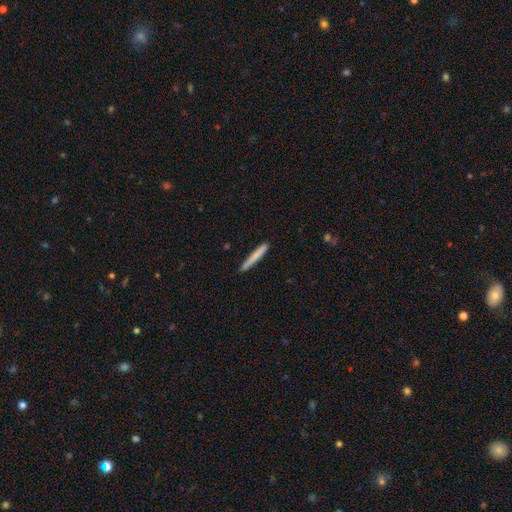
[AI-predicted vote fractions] Smooth or featured?
  - smooth: 75% *
  - featured or disk: 19%
  - star or artifact: 6%
How rounded?
  - cigar-shaped: 96% *
  - in between: 2%
  - round: 1%
Merging?
  - none: 89% *
  - minor disturbance: 8%
  - major disturbance: 1%
  - merger: 1%